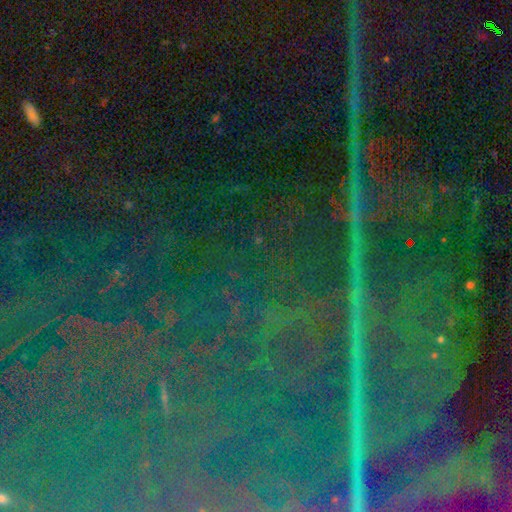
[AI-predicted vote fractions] smooth_or_featured: star or artifact (p=0.86) [alt: featured or disk p=0.08]